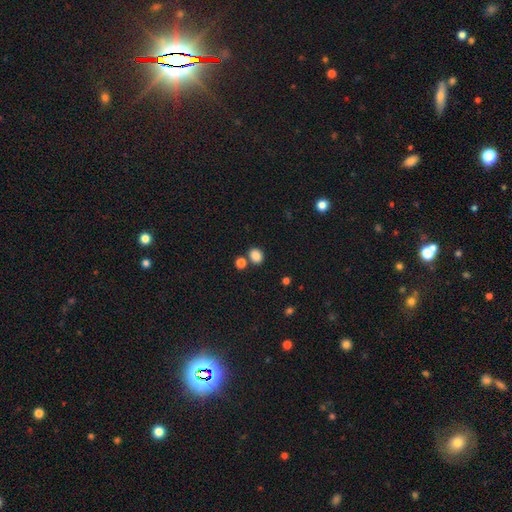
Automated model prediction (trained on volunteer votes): smooth-or-featured: smooth: 85% | star or artifact: 11% | featured or disk: 4%
  how-rounded: round: 50% | in between: 49% | cigar-shaped: 1%
  merging: none: 72% | merger: 15% | minor disturbance: 10% | major disturbance: 3%